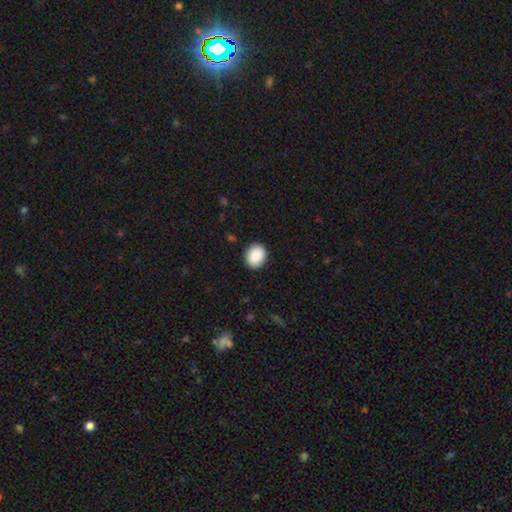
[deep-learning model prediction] Smooth or featured? Predicted: smooth (p=0.90). How rounded? Predicted: round (p=0.61). Merging? Predicted: none (p=0.89).